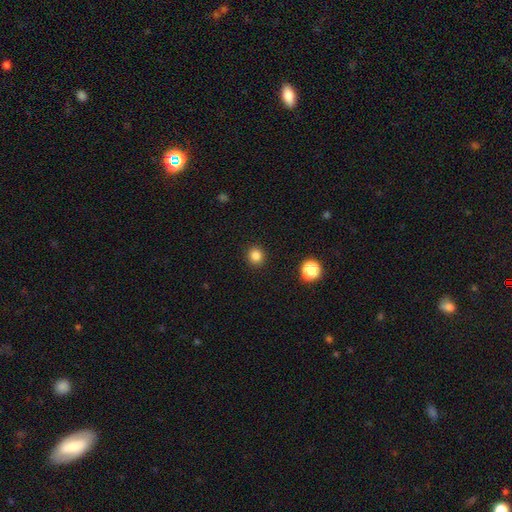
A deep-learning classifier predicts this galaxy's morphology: smooth 83%, star or artifact 13%, featured or disk 4%. Down the decision tree: how rounded — round (91%); merging — none (92%).